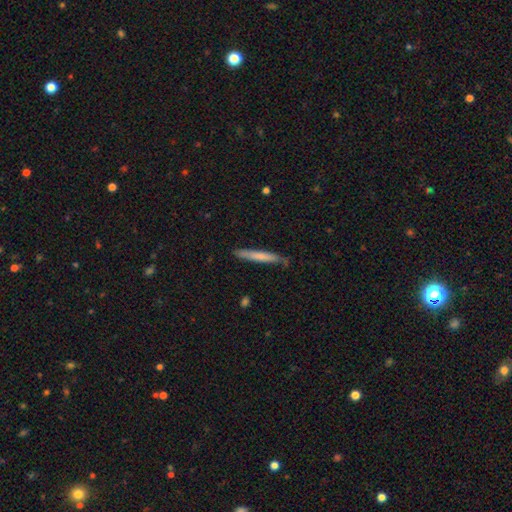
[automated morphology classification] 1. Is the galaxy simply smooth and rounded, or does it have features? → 56% smooth, 37% featured or disk, 6% star or artifact.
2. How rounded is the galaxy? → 96% cigar-shaped, 3% in between, 1% round.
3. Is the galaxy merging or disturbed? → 85% none, 12% minor disturbance, 2% major disturbance, 1% merger.